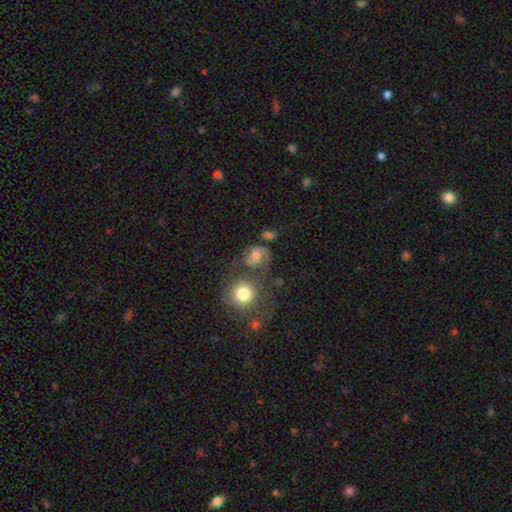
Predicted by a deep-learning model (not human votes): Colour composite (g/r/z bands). It shows a featured or disk galaxy (51%). Merging: none (42%).